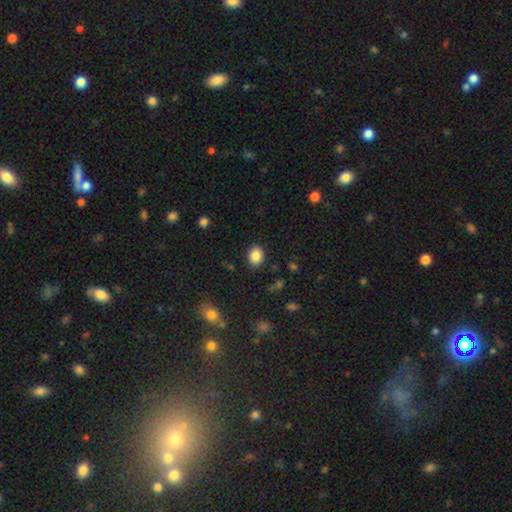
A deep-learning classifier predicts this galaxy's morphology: Smooth or featured? smooth (86%)
How rounded? in between (54%)
Merging? none (88%)